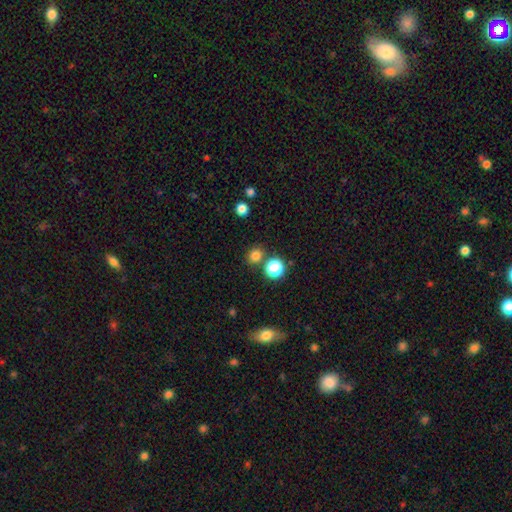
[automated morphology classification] Smooth or featured? Predicted: smooth (p=0.78). How rounded? Predicted: round (p=0.83). Merging? Predicted: none (p=0.80).